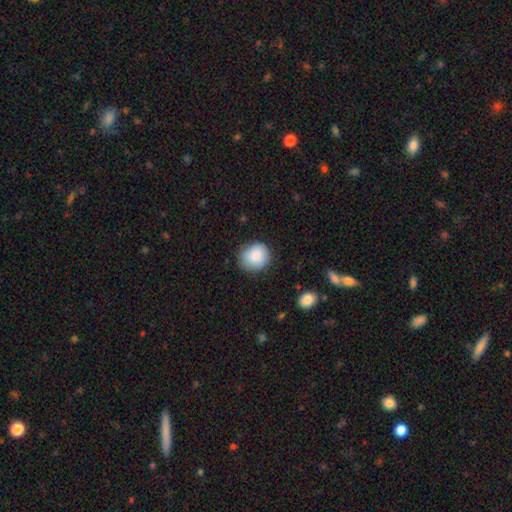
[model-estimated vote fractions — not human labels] Smooth or featured?
  - smooth: 85% *
  - featured or disk: 7%
  - star or artifact: 7%
How rounded?
  - round: 81% *
  - in between: 18%
  - cigar-shaped: 1%
Merging?
  - none: 82% *
  - minor disturbance: 14%
  - major disturbance: 3%
  - merger: 1%